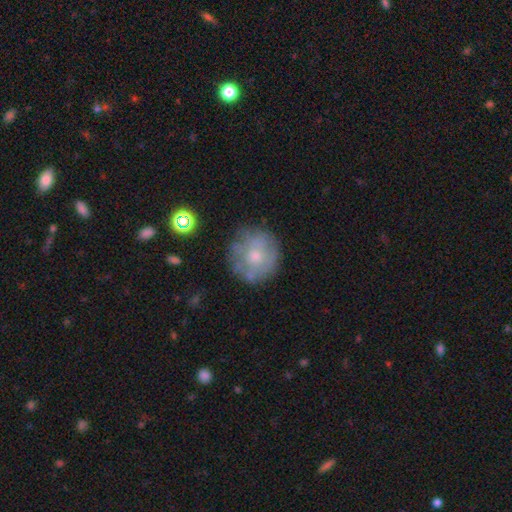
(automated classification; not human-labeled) smooth_or_featured: smooth (p=0.48) [alt: featured or disk p=0.43]
merging: none (p=0.69) [alt: minor disturbance p=0.20]